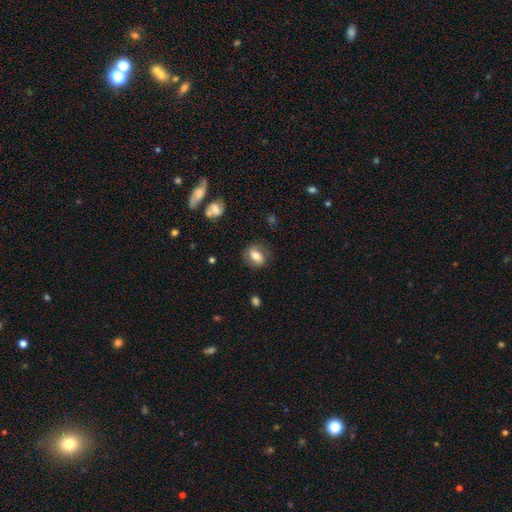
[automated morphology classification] Overall: smooth (59%; featured or disk 32%). How rounded: in between (56%; round 42%). Merging: none (76%).